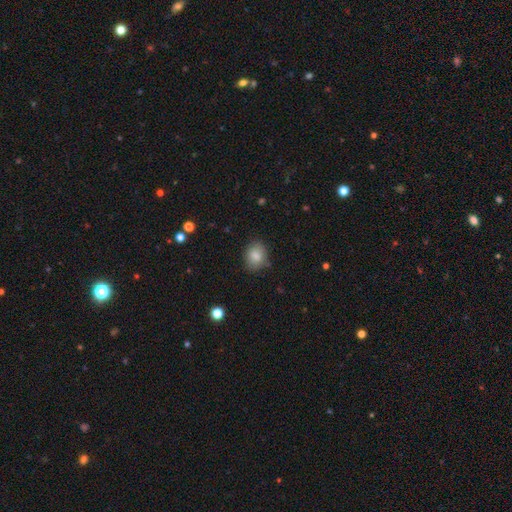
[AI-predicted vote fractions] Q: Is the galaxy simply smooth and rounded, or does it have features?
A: smooth — 85%.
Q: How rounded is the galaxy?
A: in between — 55%.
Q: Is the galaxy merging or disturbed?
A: none — 80%.